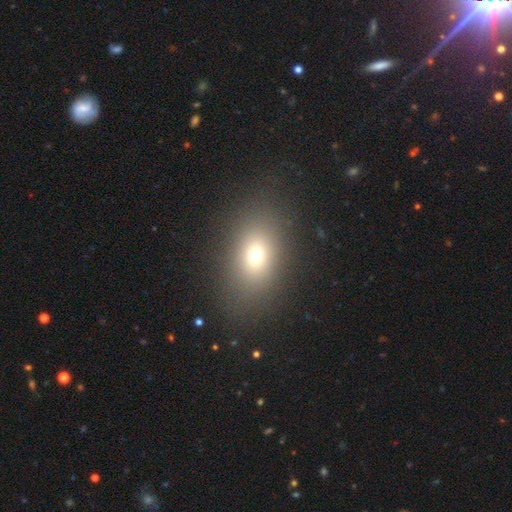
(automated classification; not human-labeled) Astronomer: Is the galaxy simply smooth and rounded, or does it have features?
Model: smooth — 70%.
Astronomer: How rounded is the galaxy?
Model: in between — 71%.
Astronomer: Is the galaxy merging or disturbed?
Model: none — 83%.